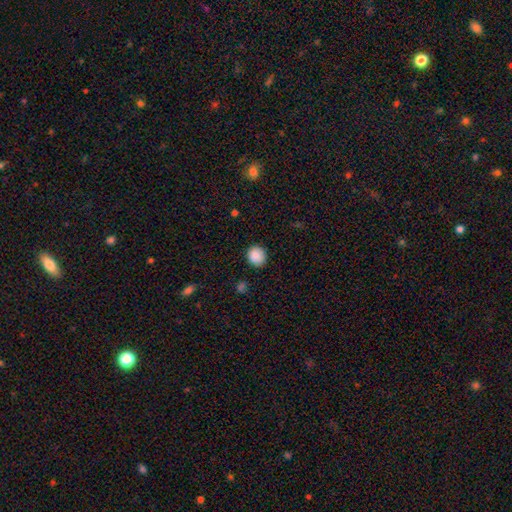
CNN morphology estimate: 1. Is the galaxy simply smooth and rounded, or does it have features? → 88% smooth, 8% star or artifact, 4% featured or disk.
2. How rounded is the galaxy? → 82% round, 17% in between, 1% cigar-shaped.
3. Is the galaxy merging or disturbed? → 89% none, 8% minor disturbance, 2% major disturbance, 1% merger.